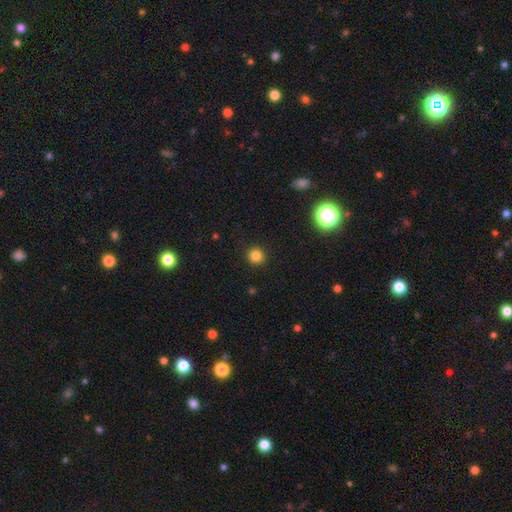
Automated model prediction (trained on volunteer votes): smooth 84%, star or artifact 12%, featured or disk 4%. Down the decision tree: how rounded — round (92%); merging — none (92%).